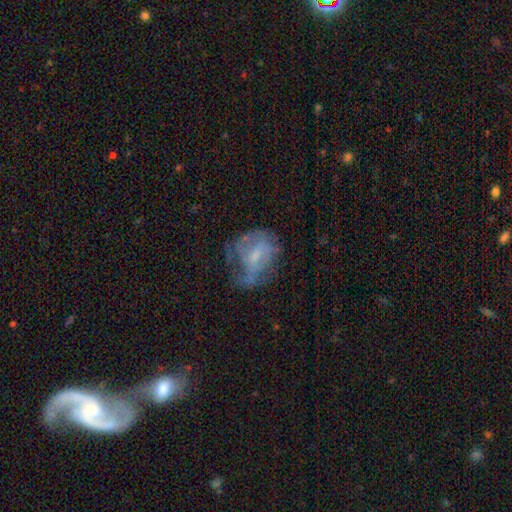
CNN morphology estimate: Smooth or featured: featured or disk — 58% (smooth — 32%)
Edge-on disk: no — 97% (yes — 3%)
Bar: no — 52% (weak — 39%)
Spiral arms: yes — 57% (no — 43%)
Bulge size: small — 45% (moderate — 30%)
Merging: none — 45% (major disturbance — 27%)